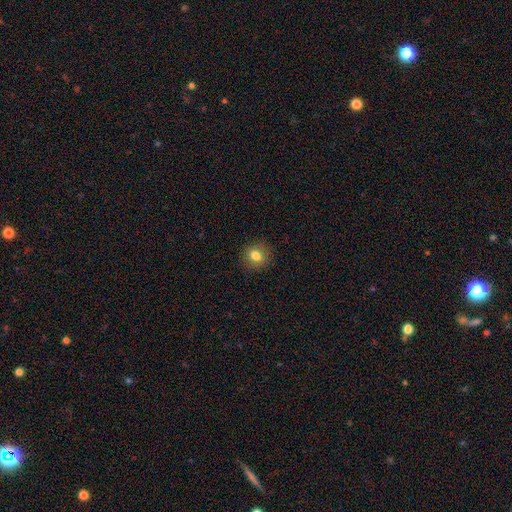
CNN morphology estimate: Q: Smooth or featured?
A: smooth (79%); runner-up: star or artifact (11%)
Q: How rounded?
A: round (73%); runner-up: in between (26%)
Q: Merging?
A: none (88%); runner-up: minor disturbance (8%)